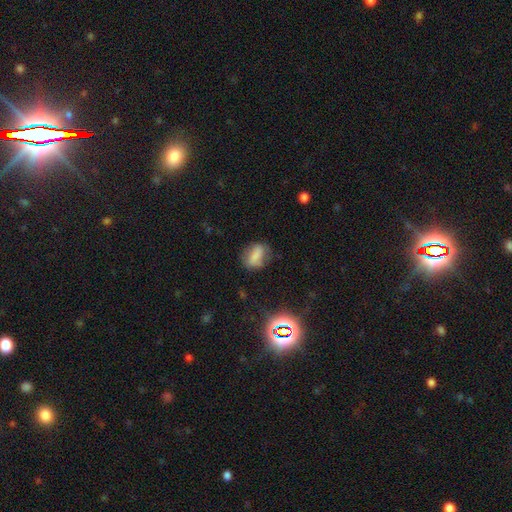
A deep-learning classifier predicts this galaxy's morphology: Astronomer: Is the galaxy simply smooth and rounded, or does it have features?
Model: smooth — 73%.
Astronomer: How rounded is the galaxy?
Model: in between — 75%.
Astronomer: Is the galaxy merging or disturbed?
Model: none — 67%.